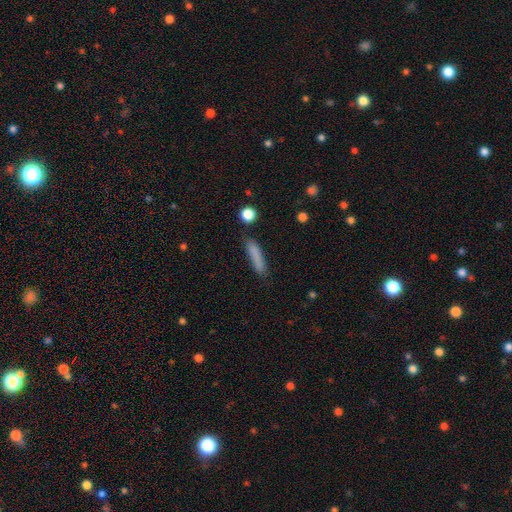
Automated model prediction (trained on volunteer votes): smooth-or-featured: smooth: 81% | featured or disk: 10% | star or artifact: 8%
  how-rounded: cigar-shaped: 83% | in between: 15% | round: 2%
  merging: none: 74% | minor disturbance: 17% | major disturbance: 5% | merger: 4%